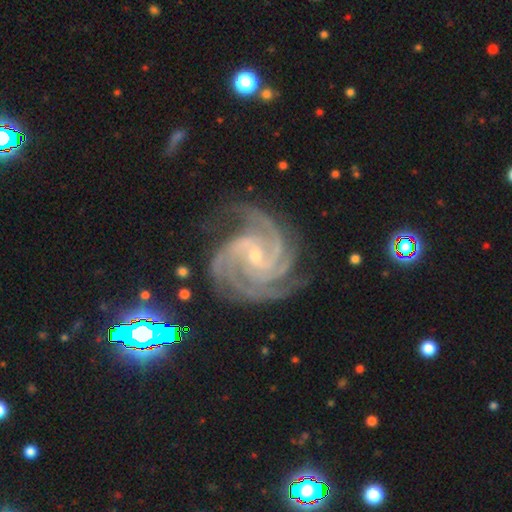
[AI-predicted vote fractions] Morphology: type=featured or disk (92%); edge-on=no (98%); bar=no (45%); spiral arms=yes (99%); winding=tight (67%); arm count=4 (37%); bulge=small (75%); merging=none (74%).